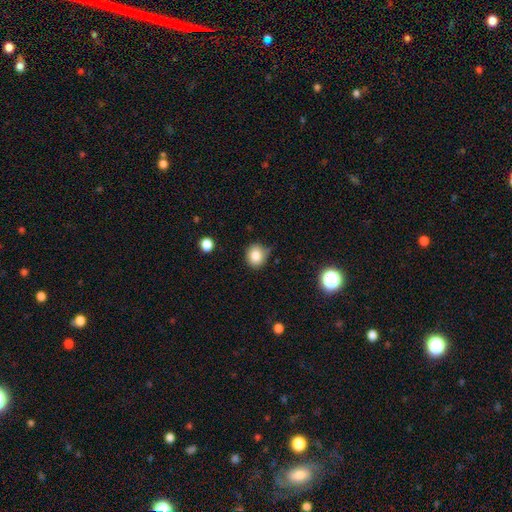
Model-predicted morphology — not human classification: This is clearly a smooth galaxy (83%). How rounded: clearly round (82%). Merging: likely none (71%).